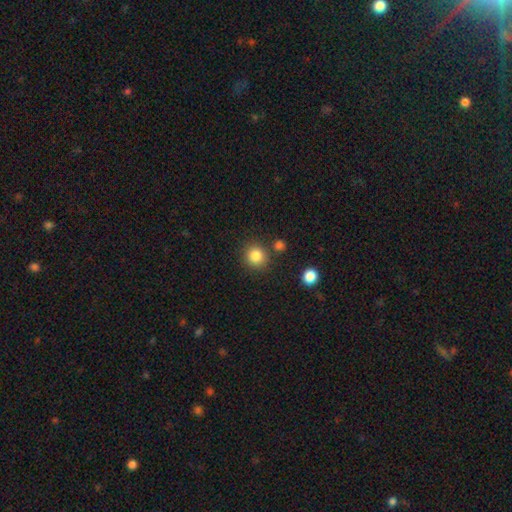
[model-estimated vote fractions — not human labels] Morphology: type=smooth (85%); roundness=round (91%); merging=none (83%).